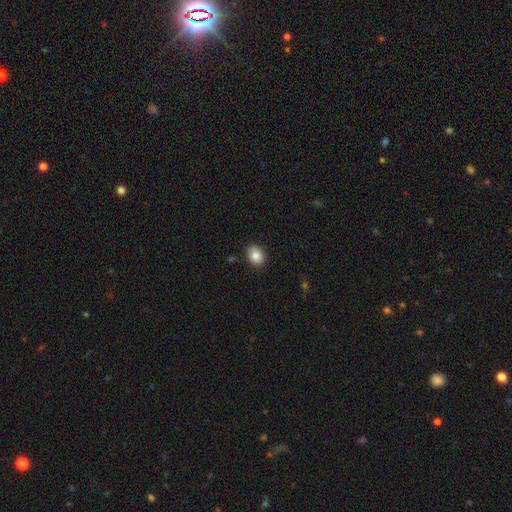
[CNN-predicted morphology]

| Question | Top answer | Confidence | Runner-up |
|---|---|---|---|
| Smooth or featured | smooth | 85% | star or artifact (9%) |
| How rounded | in between | 52% | round (47%) |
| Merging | none | 88% | minor disturbance (9%) |